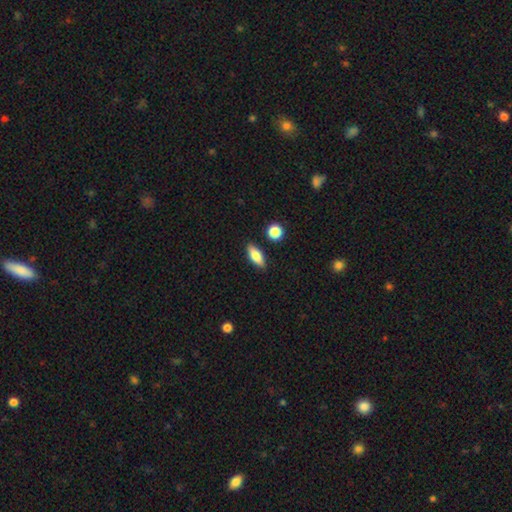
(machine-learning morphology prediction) Smooth or featured: smooth — 74% (featured or disk — 18%)
How rounded: in between — 71% (cigar-shaped — 24%)
Merging: none — 86% (minor disturbance — 9%)